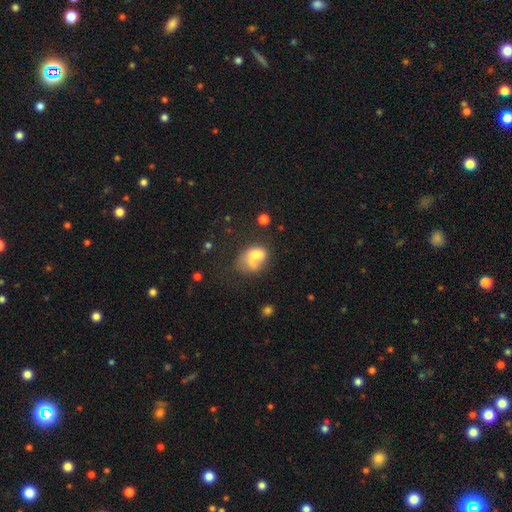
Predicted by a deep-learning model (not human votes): Smooth or featured: smooth — 64% (featured or disk — 25%)
How rounded: in between — 62% (round — 37%)
Merging: merger — 57% (none — 20%)